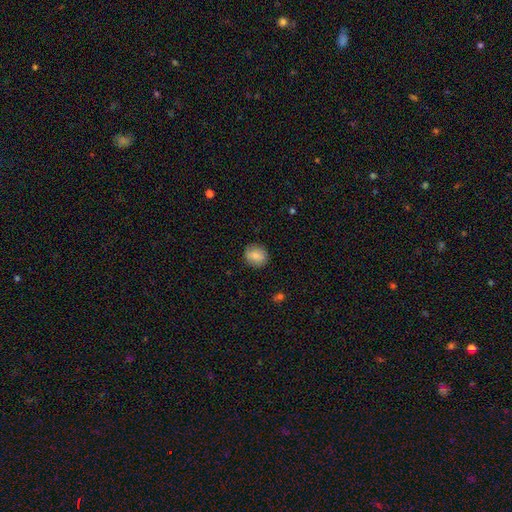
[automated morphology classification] Smooth or featured? smooth (81%)
How rounded? round (68%)
Merging? none (84%)